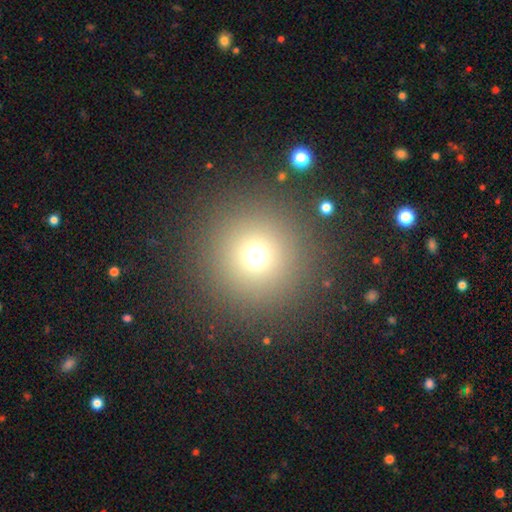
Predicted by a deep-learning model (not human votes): A smooth galaxy with no disk features (69%) that is round (96%). Merging: none (88%).